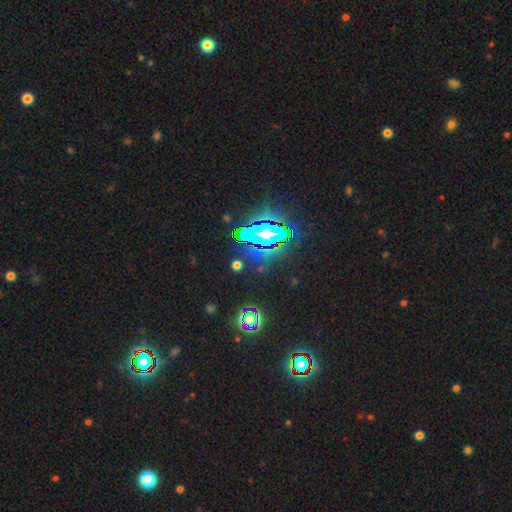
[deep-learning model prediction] Q: Smooth or featured?
A: star or artifact (82%); runner-up: smooth (9%)